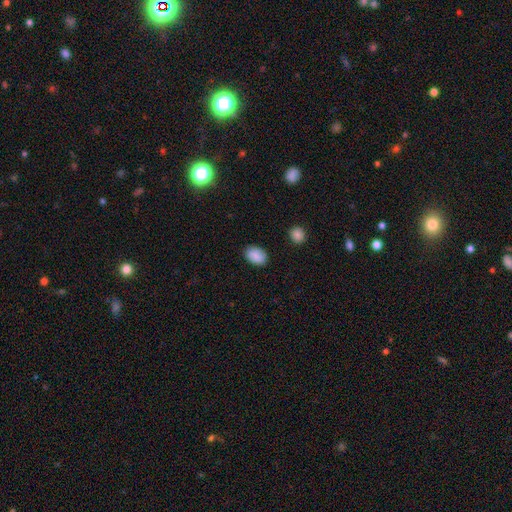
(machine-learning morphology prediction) Smooth or featured?
  - smooth: 87% *
  - star or artifact: 8%
  - featured or disk: 5%
How rounded?
  - in between: 81% *
  - round: 18%
  - cigar-shaped: 1%
Merging?
  - none: 85% *
  - minor disturbance: 11%
  - major disturbance: 3%
  - merger: 2%